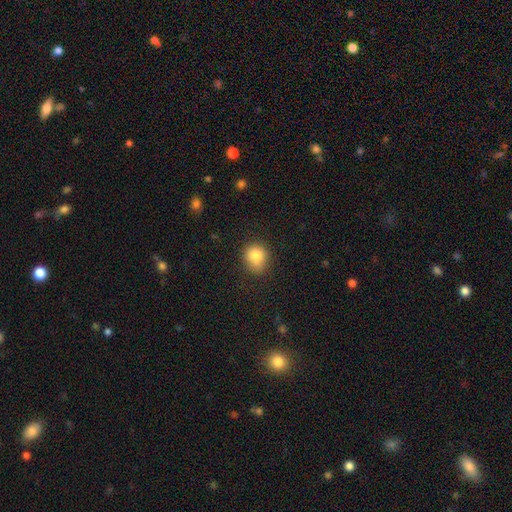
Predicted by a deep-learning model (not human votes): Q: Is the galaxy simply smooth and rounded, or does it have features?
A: smooth — 83%.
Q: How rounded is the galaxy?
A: round — 75%.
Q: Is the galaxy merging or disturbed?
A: none — 74%.